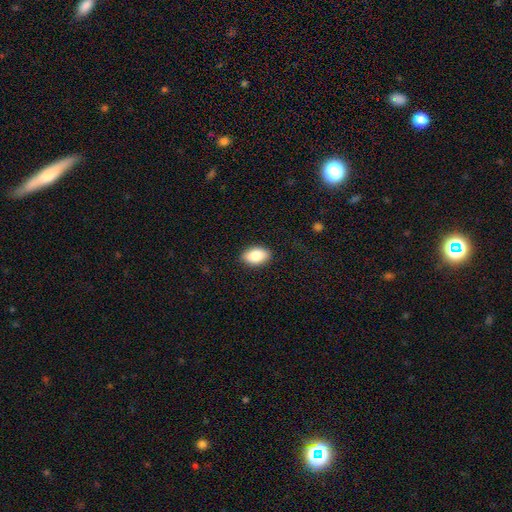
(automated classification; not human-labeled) Smooth or featured? Predicted: smooth (p=0.87). How rounded? Predicted: in between (p=0.92). Merging? Predicted: none (p=0.89).